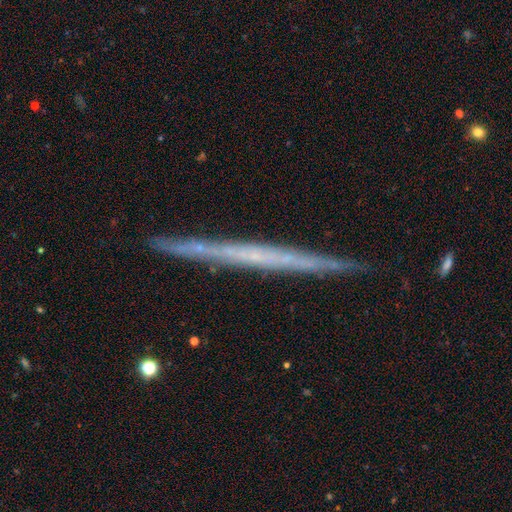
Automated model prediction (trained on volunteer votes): Q: Smooth or featured?
A: featured or disk (65%); runner-up: smooth (28%)
Q: Edge-on disk?
A: yes (97%); runner-up: no (3%)
Q: Edge-on bulge?
A: none (90%); runner-up: rounded (6%)
Q: Merging?
A: none (90%); runner-up: minor disturbance (7%)